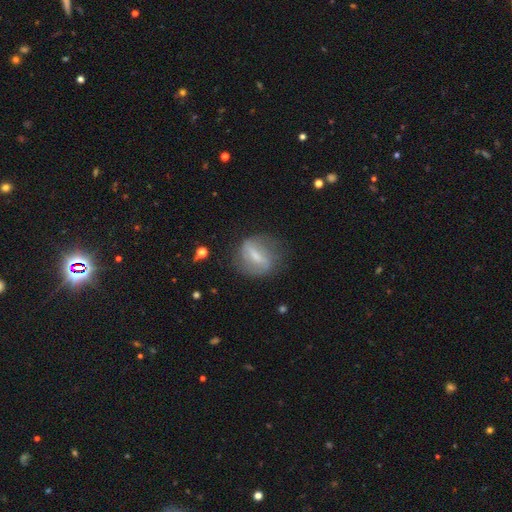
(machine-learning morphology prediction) This appears to be a featured or disk galaxy (63%) with a strong bar (56%), spiral arms (58%) and a small central bulge (45%). Merging: none (67%).